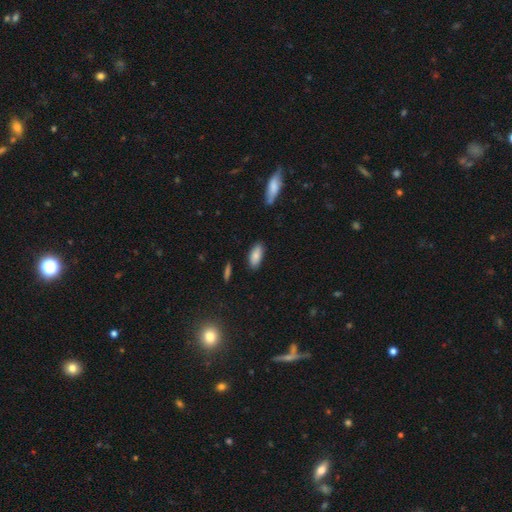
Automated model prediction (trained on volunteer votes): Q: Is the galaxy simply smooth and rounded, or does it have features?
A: smooth — 85%.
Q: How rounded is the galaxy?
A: in between — 86%.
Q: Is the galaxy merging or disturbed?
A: none — 85%.